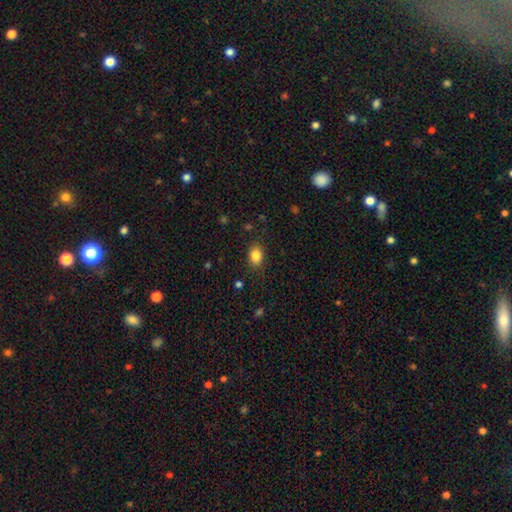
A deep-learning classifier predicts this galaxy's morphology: Smooth or featured: smooth — 85% (star or artifact — 10%)
How rounded: in between — 71% (round — 28%)
Merging: none — 84% (minor disturbance — 11%)